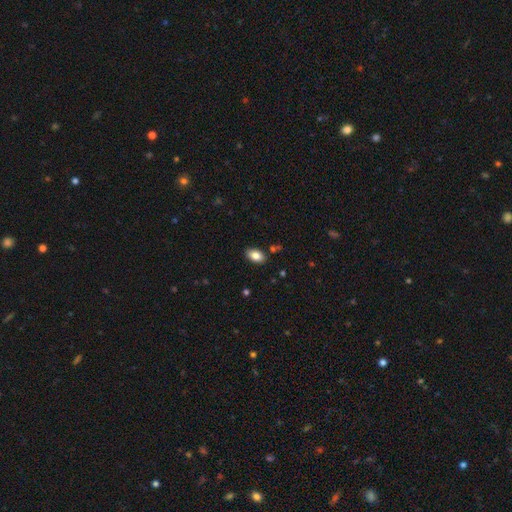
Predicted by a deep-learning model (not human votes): Overall: smooth (84%). How rounded: in between (92%). Merging: none (86%).